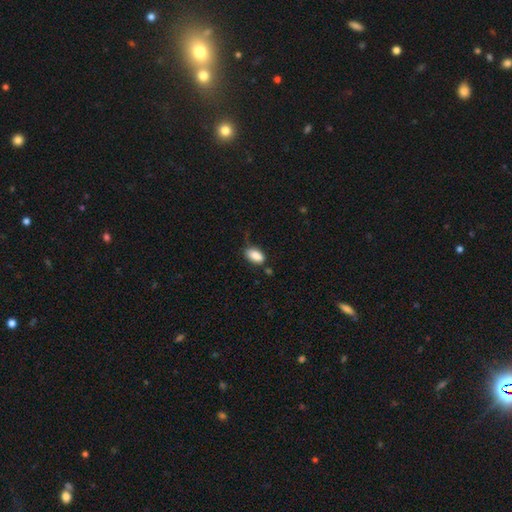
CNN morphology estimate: Smooth or featured? Predicted: smooth (p=0.87). How rounded? Predicted: in between (p=0.91). Merging? Predicted: none (p=0.66).